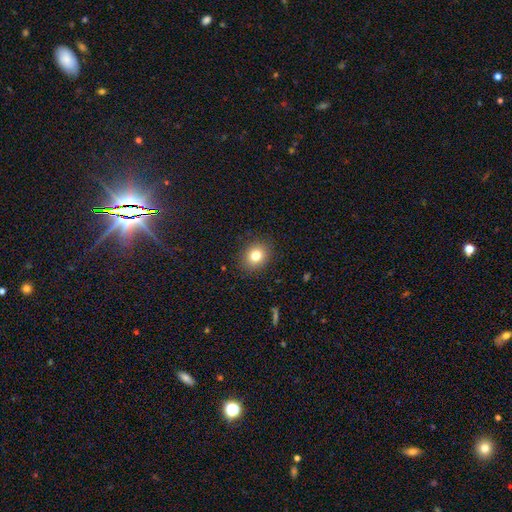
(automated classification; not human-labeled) smooth-or-featured: smooth: 79% | star or artifact: 12% | featured or disk: 9%
  how-rounded: round: 69% | in between: 30% | cigar-shaped: 1%
  merging: none: 89% | minor disturbance: 8% | major disturbance: 2% | merger: 1%